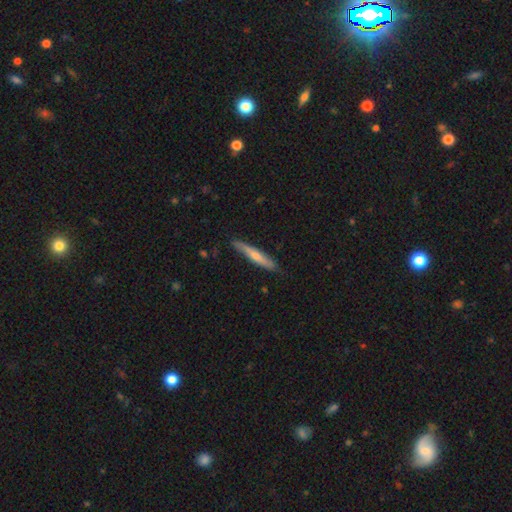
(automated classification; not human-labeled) Morphology: type=smooth (55%); roundness=cigar-shaped (92%); merging=none (79%).